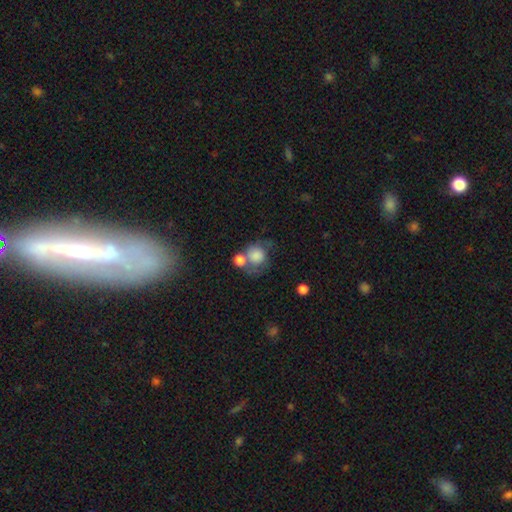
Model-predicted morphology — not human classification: The model was most divided on "merging": none: 36%, merger: 33%, minor disturbance: 17%, major disturbance: 14%. More confident: how rounded — round (80%); smooth or featured — smooth (76%).